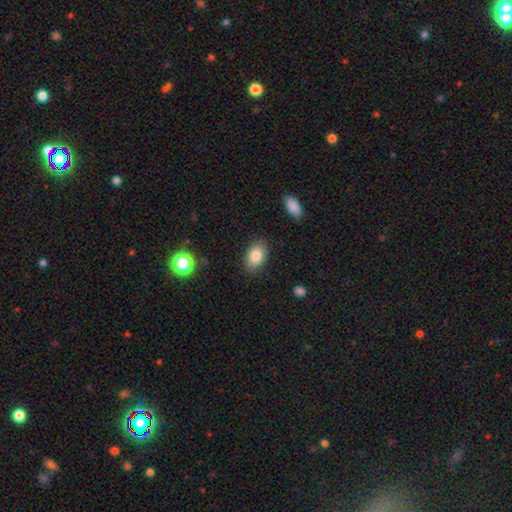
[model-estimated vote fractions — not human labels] smooth-or-featured: smooth: 84% | featured or disk: 9% | star or artifact: 8%
  how-rounded: in between: 90% | round: 9% | cigar-shaped: 1%
  merging: none: 85% | minor disturbance: 11% | major disturbance: 3% | merger: 1%